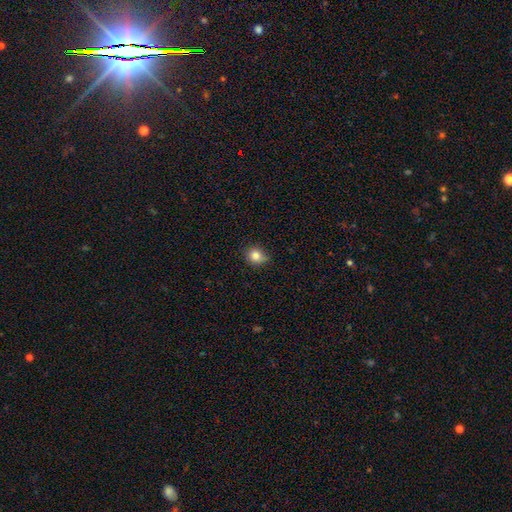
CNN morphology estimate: type=smooth (82%); roundness=round (75%); merging=none (73%).